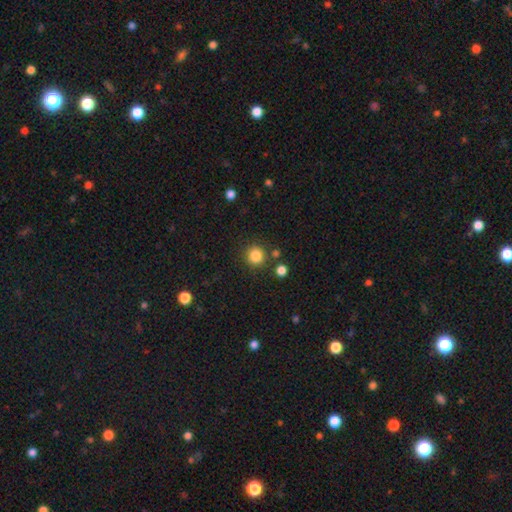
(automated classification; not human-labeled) Smooth or featured? Predicted: smooth (p=0.84). How rounded? Predicted: round (p=0.92). Merging? Predicted: none (p=0.85).